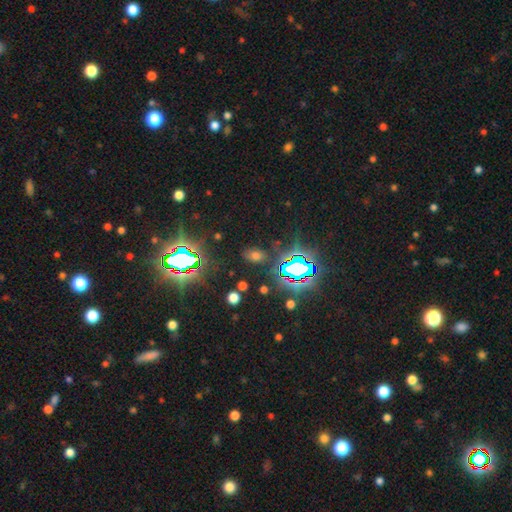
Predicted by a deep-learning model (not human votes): Morphology: type=smooth (49%); merging=none (82%).